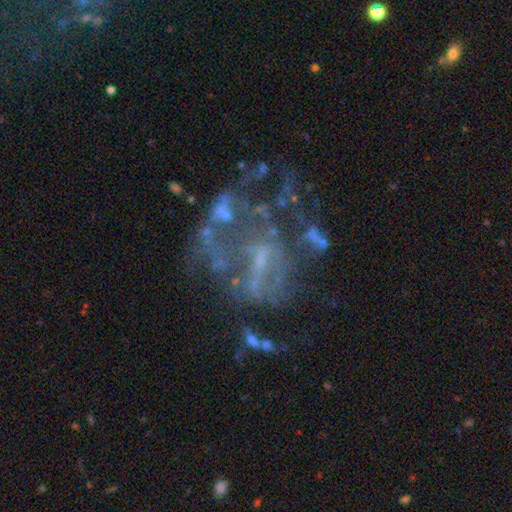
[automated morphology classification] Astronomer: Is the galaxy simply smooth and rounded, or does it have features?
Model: featured or disk — 67%.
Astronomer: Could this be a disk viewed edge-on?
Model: no — 97%.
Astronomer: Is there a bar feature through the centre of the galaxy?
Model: no — 66%.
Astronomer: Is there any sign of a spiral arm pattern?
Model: yes — 53% (runner-up: no, 47%).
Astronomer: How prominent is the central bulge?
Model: none — 42% (runner-up: small, 41%).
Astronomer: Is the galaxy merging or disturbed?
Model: major disturbance — 38% (runner-up: none, 33%).